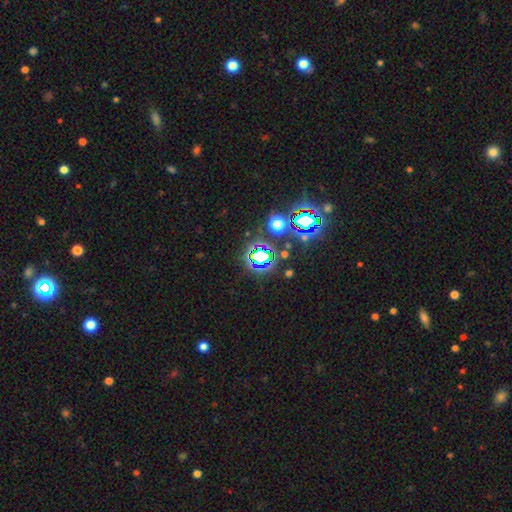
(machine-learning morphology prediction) star or artifact 69%, smooth 21%, featured or disk 10%.